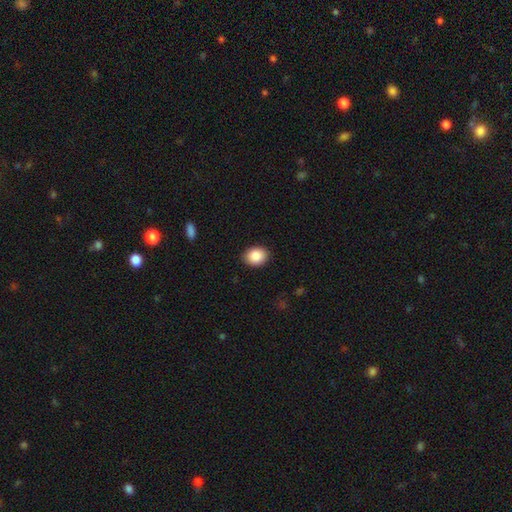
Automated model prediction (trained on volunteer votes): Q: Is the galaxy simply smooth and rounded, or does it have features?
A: smooth — 87%.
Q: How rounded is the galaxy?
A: round — 53%.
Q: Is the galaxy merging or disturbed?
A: none — 88%.